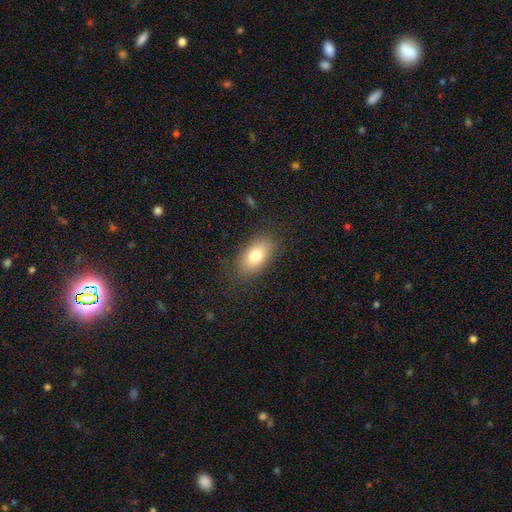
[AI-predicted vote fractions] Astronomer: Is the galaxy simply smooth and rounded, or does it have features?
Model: smooth — 78%.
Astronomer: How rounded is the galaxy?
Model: in between — 91%.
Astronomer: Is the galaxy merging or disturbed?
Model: none — 84%.